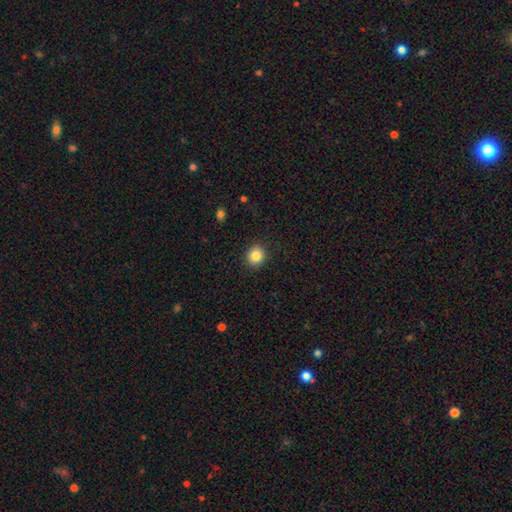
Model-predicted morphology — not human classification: type=smooth (85%); roundness=round (84%); merging=none (91%).